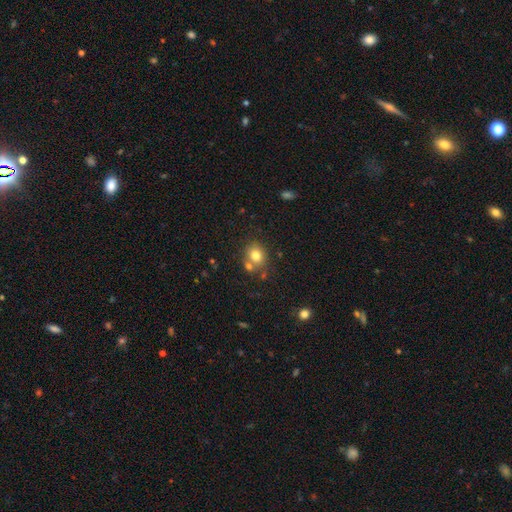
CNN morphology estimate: smooth 78%, star or artifact 12%, featured or disk 11%. Down the decision tree: how rounded — round (67%); merging — none (64%).